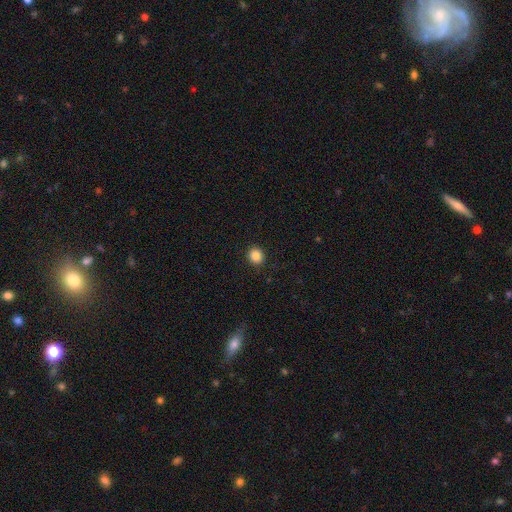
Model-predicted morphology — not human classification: A smooth galaxy with no disk features (87%) that is round (83%). Merging: none (92%).